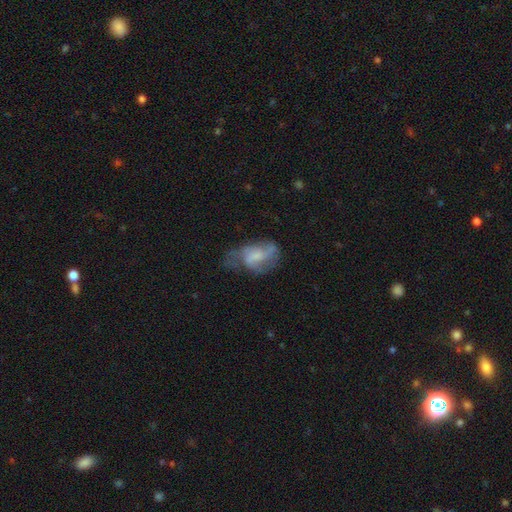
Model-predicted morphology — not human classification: A featured or disk galaxy (57%) with no bar (50%), spiral arms (72%) and no central bulge (36%).

Vote fractions:
- Smooth or featured? featured or disk: 57% / smooth: 34% / star or artifact: 9%
- Edge-on disk? no: 96% / yes: 4%
- Bar? no: 50% / weak: 39% / strong: 11%
- Spiral arms? yes: 72% / no: 28%
- Bulge size? none: 36% / small: 28% / moderate: 26% / large: 8% / dominant: 2%
- Merging? none: 37% / major disturbance: 32% / minor disturbance: 27% / merger: 3%